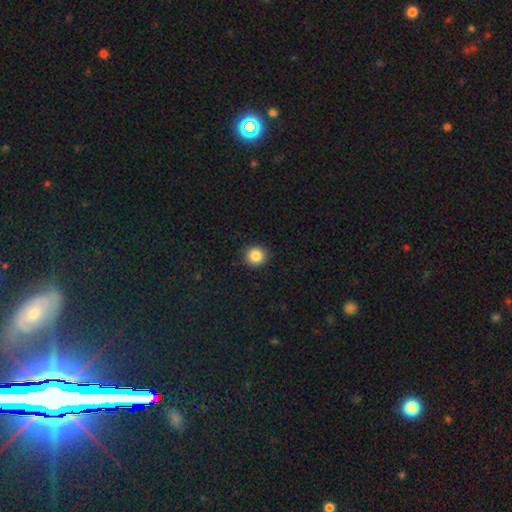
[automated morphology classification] smooth-or-featured: smooth: 86% | star or artifact: 10% | featured or disk: 4%
  how-rounded: round: 92% | in between: 7% | cigar-shaped: 1%
  merging: none: 91% | minor disturbance: 6% | major disturbance: 2% | merger: 1%